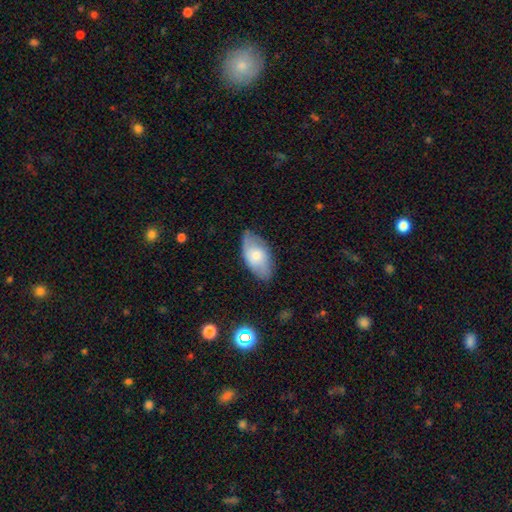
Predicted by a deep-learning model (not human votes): Morphology: type=smooth (61%); roundness=in between (92%); merging=none (72%).